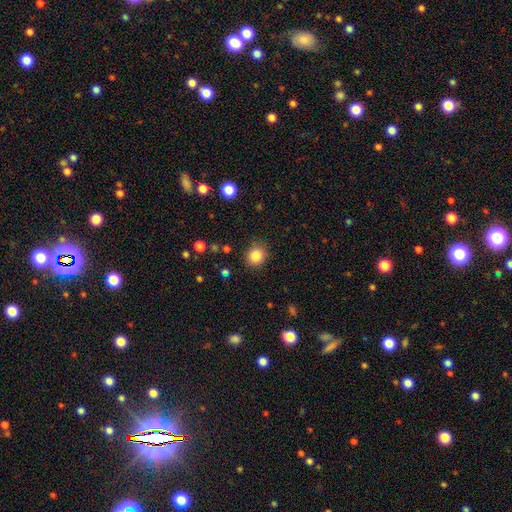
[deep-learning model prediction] Smooth or featured?
  - smooth: 85% *
  - star or artifact: 11%
  - featured or disk: 5%
How rounded?
  - round: 84% *
  - in between: 15%
  - cigar-shaped: 1%
Merging?
  - none: 84% *
  - minor disturbance: 11%
  - major disturbance: 3%
  - merger: 2%